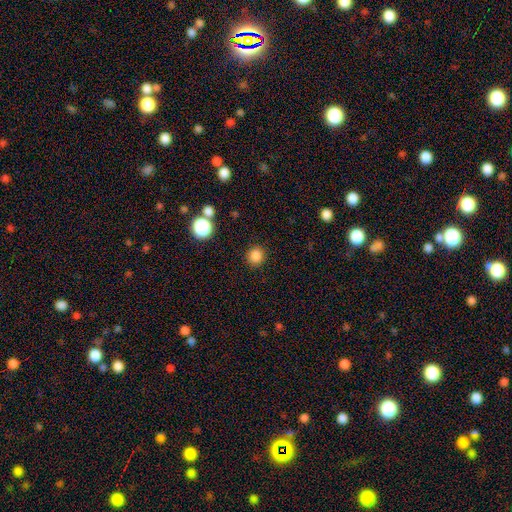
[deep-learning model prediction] smooth_or_featured: smooth (p=0.84) [alt: star or artifact p=0.12]
how_rounded: round (p=0.89) [alt: in between p=0.10]
merging: none (p=0.89) [alt: minor disturbance p=0.06]